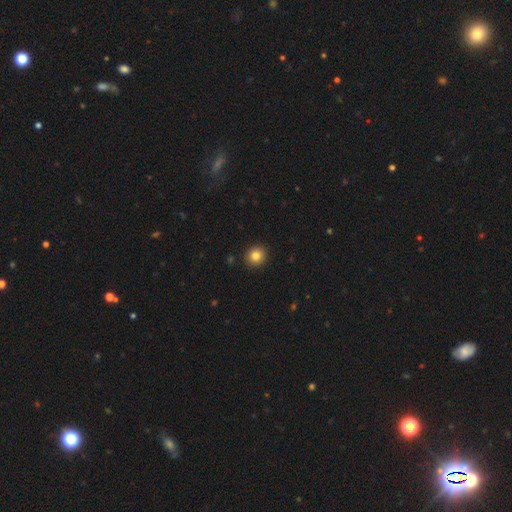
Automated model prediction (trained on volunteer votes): A smooth galaxy with no disk features (83%) that is round (86%).

Vote fractions:
- Smooth or featured? smooth: 83% / star or artifact: 10% / featured or disk: 6%
- How rounded? round: 86% / in between: 13% / cigar-shaped: 1%
- Merging? none: 92% / minor disturbance: 5% / major disturbance: 2% / merger: 1%